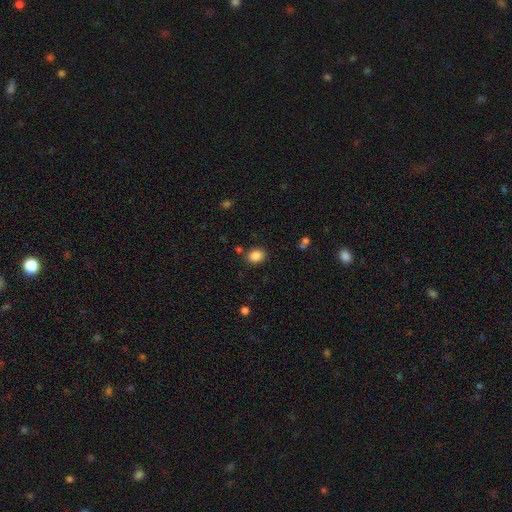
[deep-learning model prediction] Smooth or featured? Predicted: smooth (p=0.86). How rounded? Predicted: in between (p=0.55). Merging? Predicted: none (p=0.83).